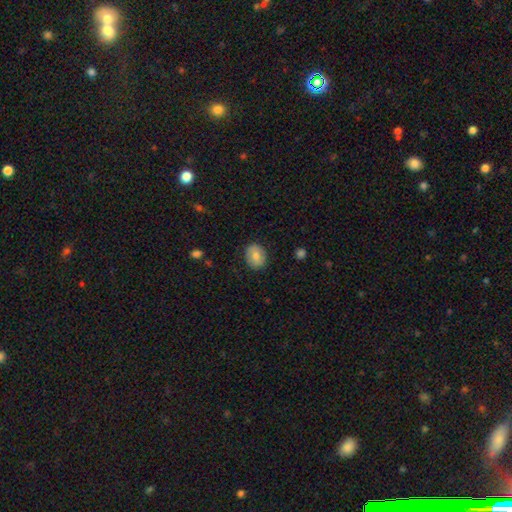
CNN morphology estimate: smooth 75%, featured or disk 17%, star or artifact 8%. Down the decision tree: how rounded — round (54%); merging — none (87%).